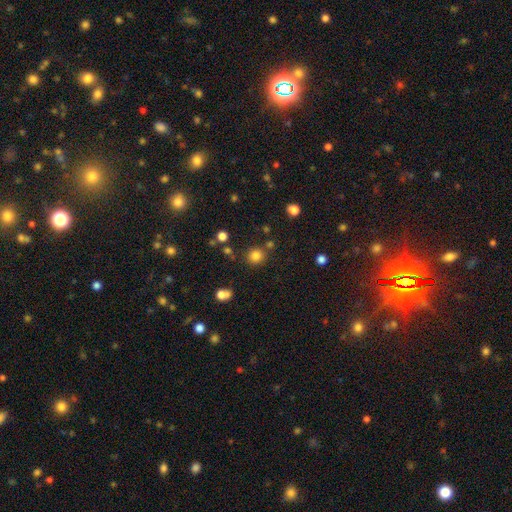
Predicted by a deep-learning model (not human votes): A smooth galaxy with no disk features (81%) that is round (90%). Merging: none (81%).